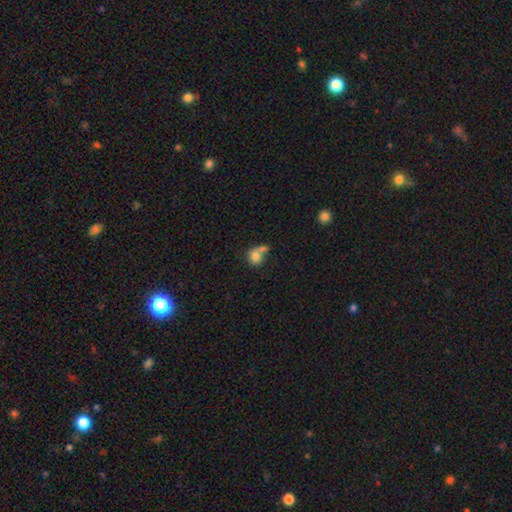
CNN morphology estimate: A smooth galaxy with no disk features (76%) that is round (73%). Merging: merger (45%).